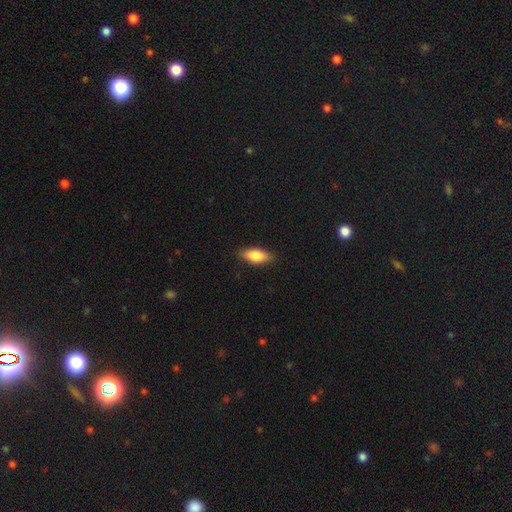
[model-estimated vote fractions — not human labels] This appears to be a smooth galaxy with no disk features (80%) that is in between round and cigar-shaped (82%). Merging: none (86%).